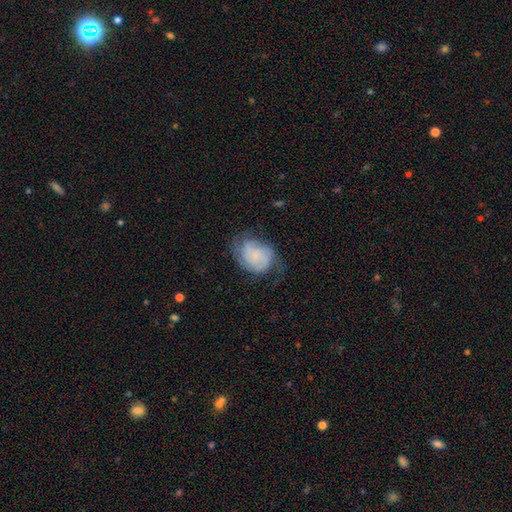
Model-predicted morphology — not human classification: Smooth or featured?
  - featured or disk: 51% *
  - smooth: 40%
  - star or artifact: 9%
Edge-on disk?
  - no: 98% *
  - yes: 2%
Merging?
  - none: 47% *
  - minor disturbance: 30%
  - major disturbance: 20%
  - merger: 2%